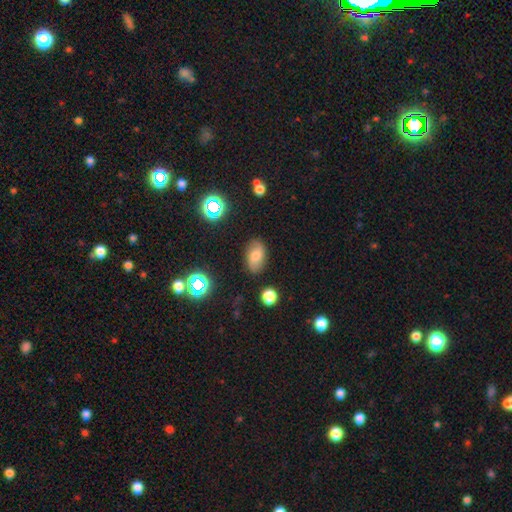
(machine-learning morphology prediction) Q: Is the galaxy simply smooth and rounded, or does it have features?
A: smooth — 67%.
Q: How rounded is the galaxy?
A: in between — 89%.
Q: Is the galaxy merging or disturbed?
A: none — 79%.